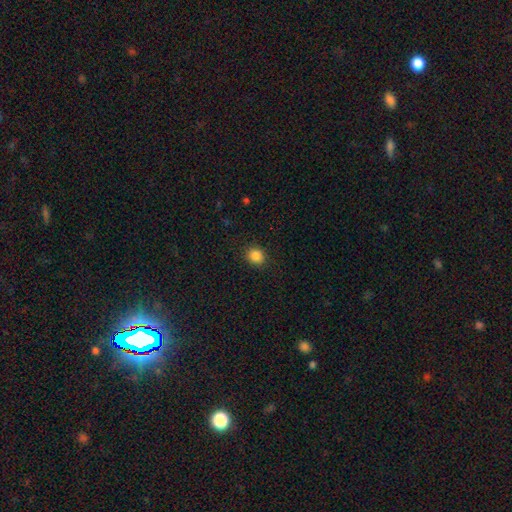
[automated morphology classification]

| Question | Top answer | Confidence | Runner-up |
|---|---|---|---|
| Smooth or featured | smooth | 86% | star or artifact (11%) |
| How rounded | round | 80% | in between (19%) |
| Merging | none | 91% | minor disturbance (6%) |